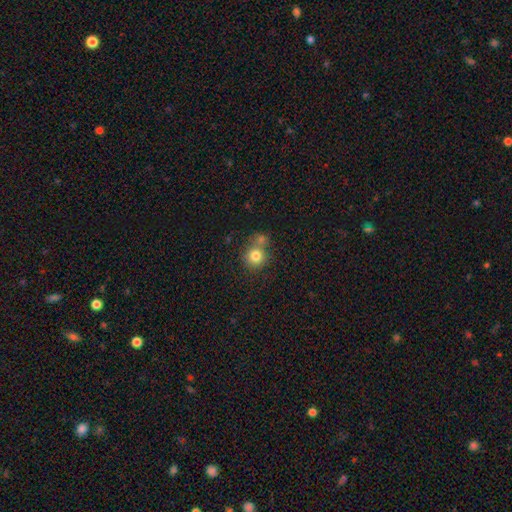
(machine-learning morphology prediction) smooth-or-featured: smooth: 80% | star or artifact: 11% | featured or disk: 9%
  how-rounded: round: 87% | in between: 12% | cigar-shaped: 1%
  merging: none: 54% | merger: 32% | minor disturbance: 11% | major disturbance: 4%